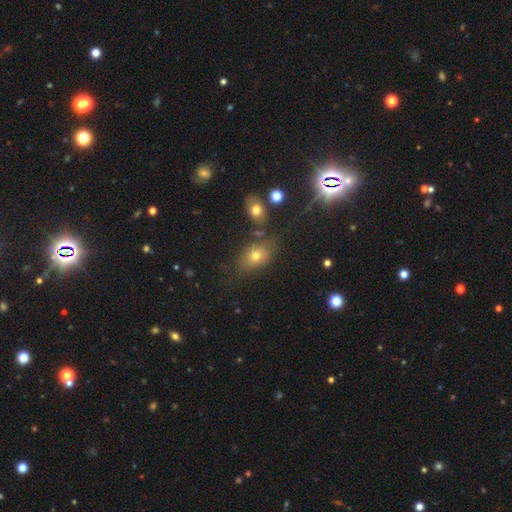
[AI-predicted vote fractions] Smooth or featured? Predicted: smooth (p=0.68). How rounded? Predicted: in between (p=0.76). Merging? Predicted: none (p=0.67).